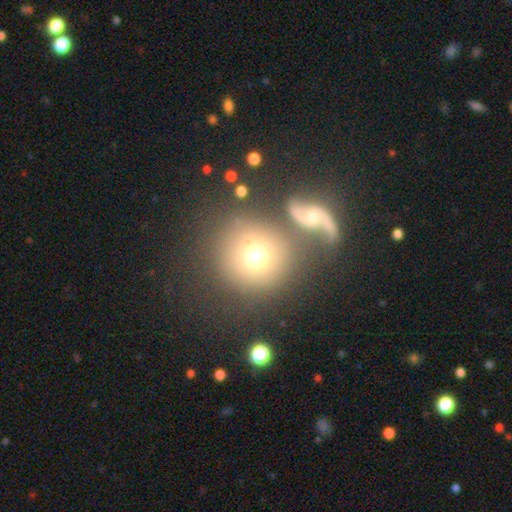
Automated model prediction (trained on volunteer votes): A smooth galaxy with no disk features (60%) that is round (92%).

Vote fractions:
- Smooth or featured? smooth: 60% / featured or disk: 29% / star or artifact: 12%
- How rounded? round: 92% / in between: 7% / cigar-shaped: 1%
- Merging? none: 56% / merger: 26% / minor disturbance: 11% / major disturbance: 7%